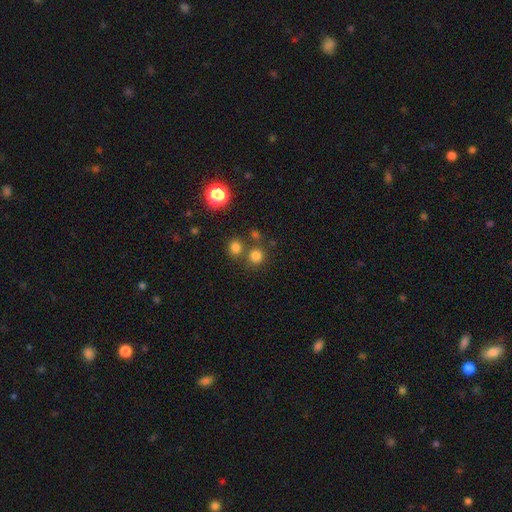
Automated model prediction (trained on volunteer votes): A smooth galaxy with no disk features (77%) that is round (90%).

Vote fractions:
- Smooth or featured? smooth: 77% / star or artifact: 18% / featured or disk: 6%
- How rounded? round: 90% / in between: 9% / cigar-shaped: 1%
- Merging? none: 70% / merger: 19% / minor disturbance: 7% / major disturbance: 3%